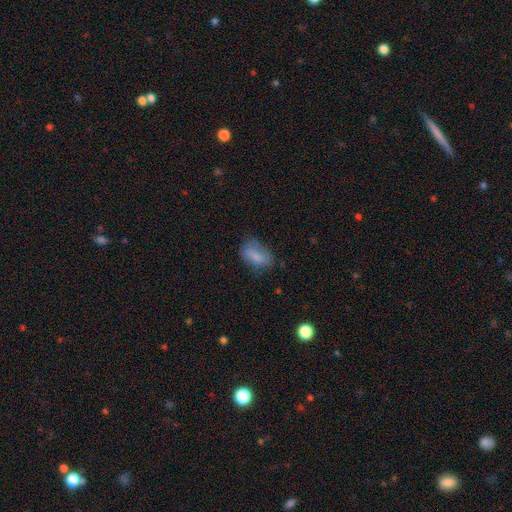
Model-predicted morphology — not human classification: smooth_or_featured: smooth (p=0.75) [alt: featured or disk p=0.16]
how_rounded: in between (p=0.87) [alt: round p=0.09]
merging: none (p=0.57) [alt: minor disturbance p=0.28]